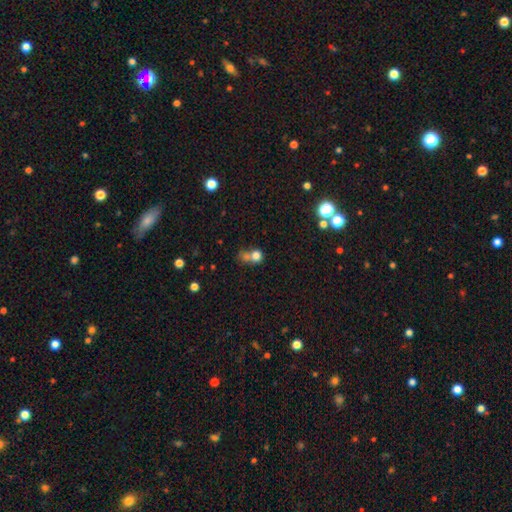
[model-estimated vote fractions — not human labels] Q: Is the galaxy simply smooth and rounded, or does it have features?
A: smooth — 75%.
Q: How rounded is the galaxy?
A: round — 77%.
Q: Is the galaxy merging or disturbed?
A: merger — 51%.